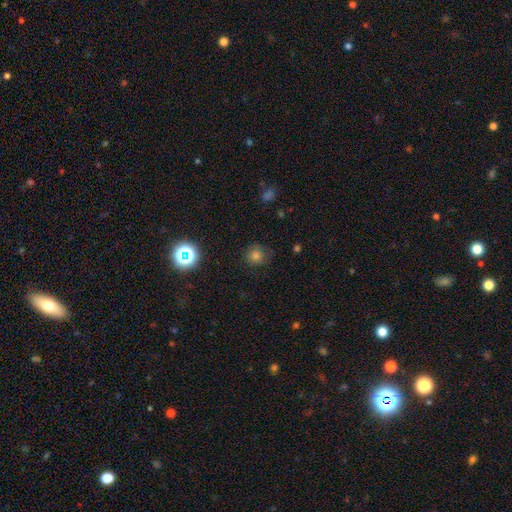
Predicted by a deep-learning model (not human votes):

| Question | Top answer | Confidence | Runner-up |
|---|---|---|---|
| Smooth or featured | smooth | 73% | star or artifact (20%) |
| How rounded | round | 90% | in between (9%) |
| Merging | none | 80% | minor disturbance (14%) |